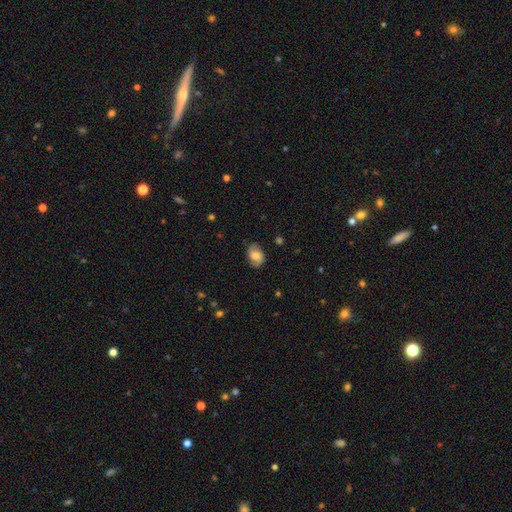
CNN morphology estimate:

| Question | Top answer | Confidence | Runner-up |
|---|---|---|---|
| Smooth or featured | smooth | 53% | featured or disk (39%) |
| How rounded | in between | 76% | round (23%) |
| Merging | none | 78% | minor disturbance (17%) |